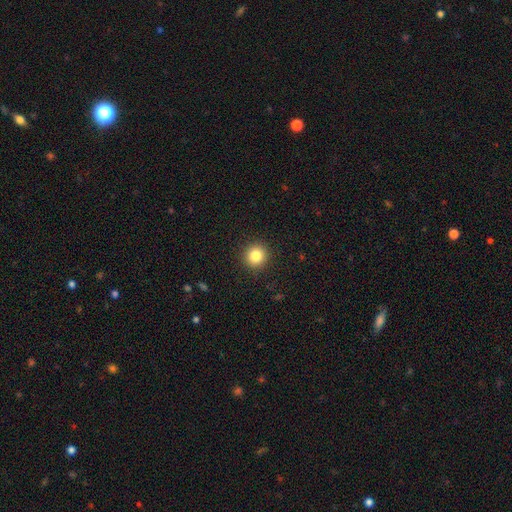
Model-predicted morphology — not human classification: Overall: smooth (84%). How rounded: round (93%). Merging: none (92%).